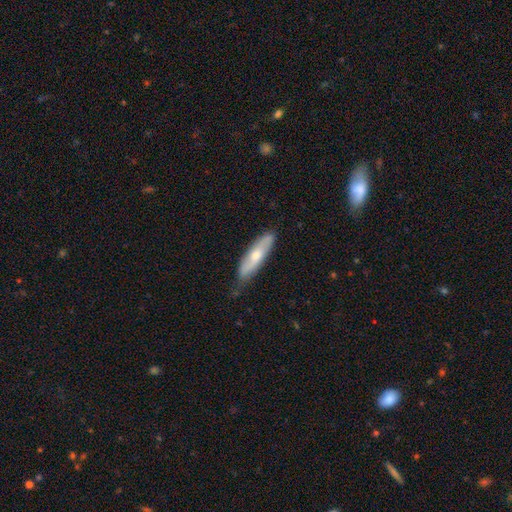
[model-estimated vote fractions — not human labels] Q: Smooth or featured?
A: smooth (53%); runner-up: featured or disk (41%)
Q: How rounded?
A: cigar-shaped (69%); runner-up: in between (29%)
Q: Merging?
A: none (74%); runner-up: minor disturbance (21%)